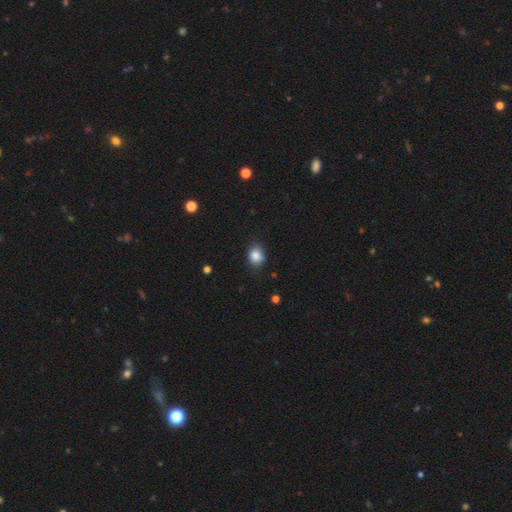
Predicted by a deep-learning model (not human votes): This appears to be a smooth galaxy with no disk features (85%) that is round (53%). Merging: none (77%).